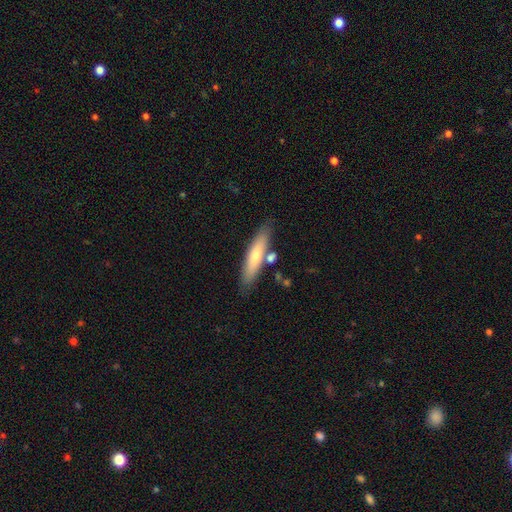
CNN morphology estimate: Q: Smooth or featured?
A: smooth (60%); runner-up: featured or disk (33%)
Q: How rounded?
A: cigar-shaped (81%); runner-up: in between (17%)
Q: Merging?
A: none (81%); runner-up: minor disturbance (11%)